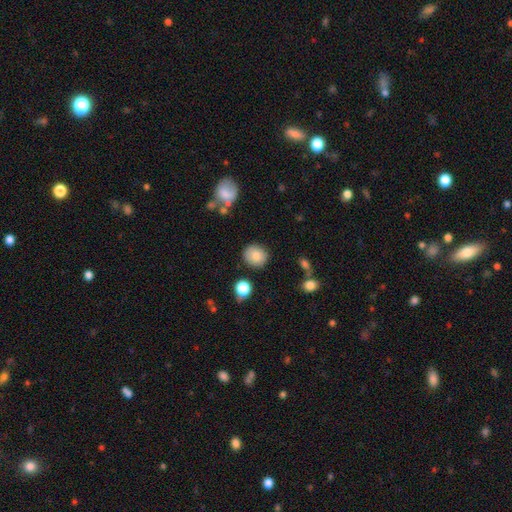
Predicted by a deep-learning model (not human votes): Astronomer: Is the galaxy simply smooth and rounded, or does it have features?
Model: smooth — 81%.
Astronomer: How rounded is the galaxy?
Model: round — 80%.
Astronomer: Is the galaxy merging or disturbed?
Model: none — 84%.